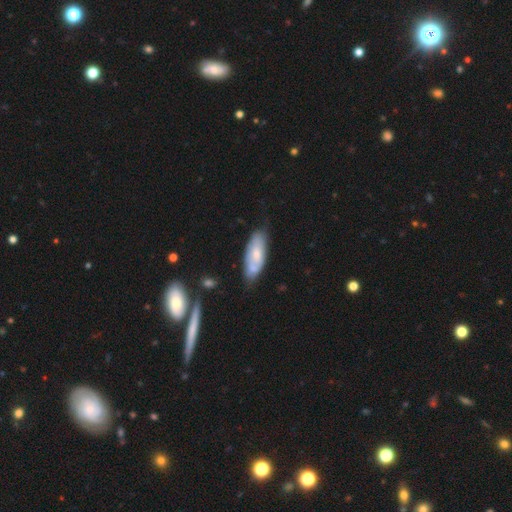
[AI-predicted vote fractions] Smooth or featured: smooth — 52% (featured or disk — 42%)
How rounded: in between — 74% (cigar-shaped — 24%)
Merging: none — 61% (minor disturbance — 25%)